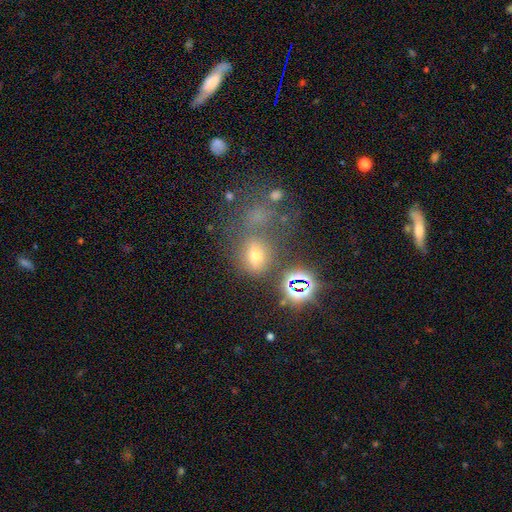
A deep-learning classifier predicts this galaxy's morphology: Smooth or featured? Predicted: smooth (p=0.55). How rounded? Predicted: in between (p=0.52). Merging? Predicted: none (p=0.55).